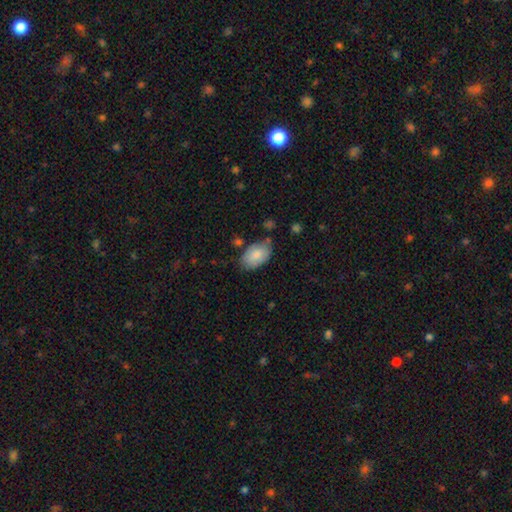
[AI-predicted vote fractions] This appears to be a smooth galaxy with no disk features (82%) that is in between round and cigar-shaped (92%). Merging: none (66%).